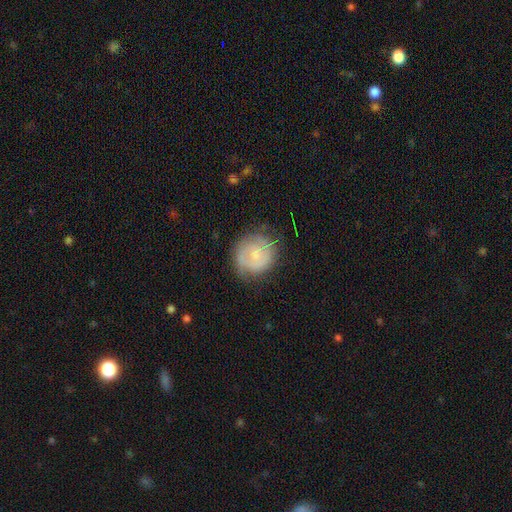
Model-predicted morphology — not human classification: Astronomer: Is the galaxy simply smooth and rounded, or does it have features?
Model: smooth — 48% (runner-up: featured or disk, 44%).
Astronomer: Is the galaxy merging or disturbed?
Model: none — 66%.